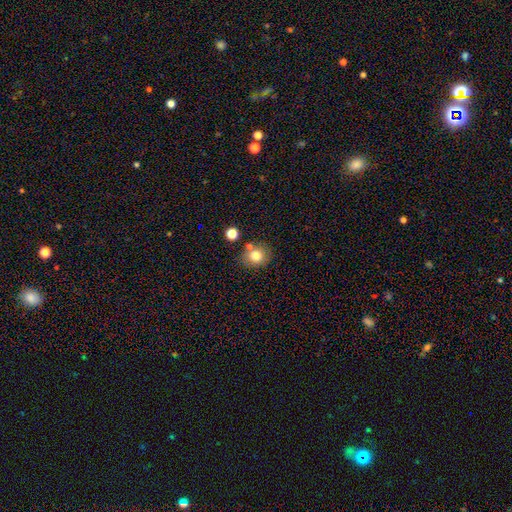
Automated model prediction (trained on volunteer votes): Smooth or featured? smooth (77%)
How rounded? round (69%)
Merging? none (71%)